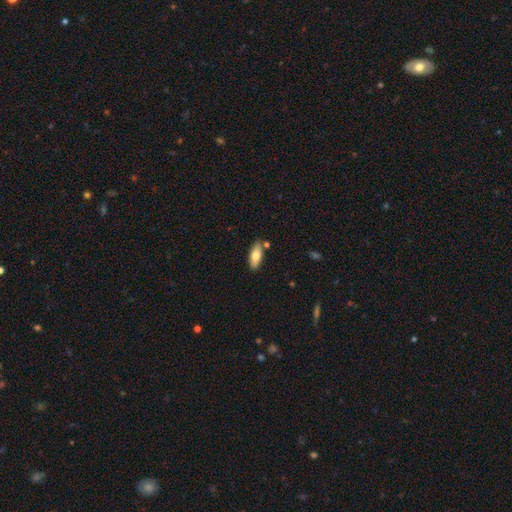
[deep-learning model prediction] A smooth galaxy with no disk features (73%) that is in between round and cigar-shaped (73%).

Vote fractions:
- Smooth or featured? smooth: 73% / featured or disk: 21% / star or artifact: 6%
- How rounded? in between: 73% / cigar-shaped: 25% / round: 2%
- Merging? none: 81% / minor disturbance: 11% / merger: 6% / major disturbance: 2%